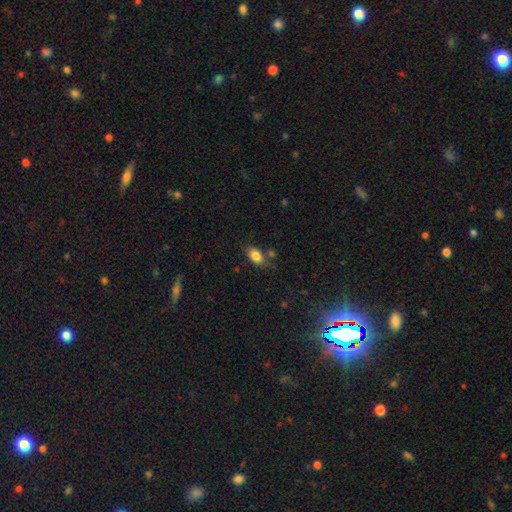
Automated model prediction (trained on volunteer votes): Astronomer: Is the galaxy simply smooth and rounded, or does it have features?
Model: smooth — 83%.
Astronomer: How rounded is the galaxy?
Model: in between — 88%.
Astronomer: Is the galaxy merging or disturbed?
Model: none — 66%.